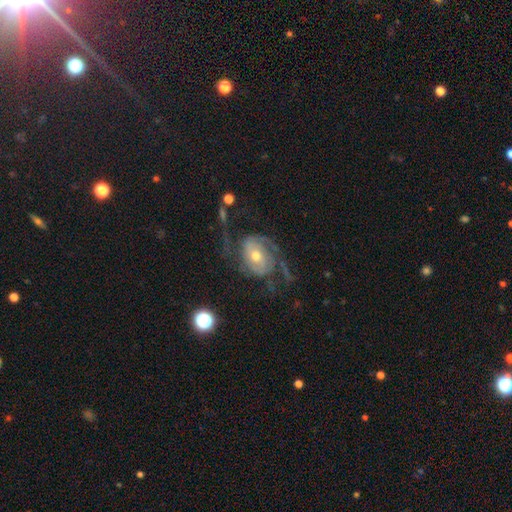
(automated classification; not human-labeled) A featured or disk galaxy (83%) with no bar (56%), 2 (68%) medium (43%) spiral arms (92%) and a moderate central bulge (62%).

Vote fractions:
- Smooth or featured? featured or disk: 83% / smooth: 11% / star or artifact: 6%
- Edge-on disk? no: 97% / yes: 3%
- Bar? no: 56% / weak: 32% / strong: 12%
- Spiral arms? yes: 92% / no: 8%
- Spiral winding? medium: 43% / loose: 34% / tight: 23%
- Spiral arm count? 2: 68% / can't tell: 11% / 3: 9% / 1: 6% / 4: 3% / more than 4: 3%
- Bulge size? moderate: 62% / small: 31% / large: 5% / none: 1% / dominant: 1%
- Merging? none: 48% / major disturbance: 32% / minor disturbance: 17% / merger: 3%